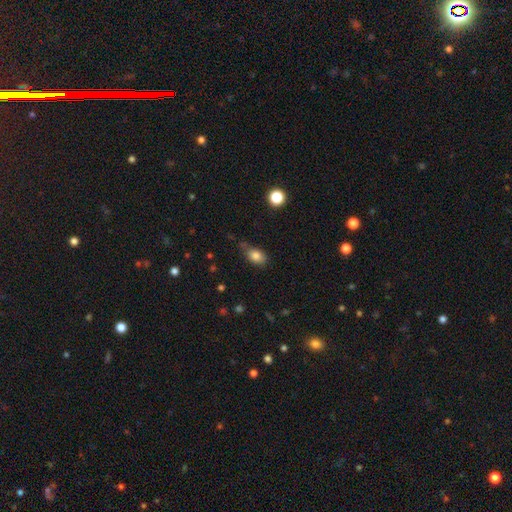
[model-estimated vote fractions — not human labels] Q: Smooth or featured?
A: smooth (82%); runner-up: star or artifact (10%)
Q: How rounded?
A: in between (81%); runner-up: round (17%)
Q: Merging?
A: none (62%); runner-up: minor disturbance (26%)